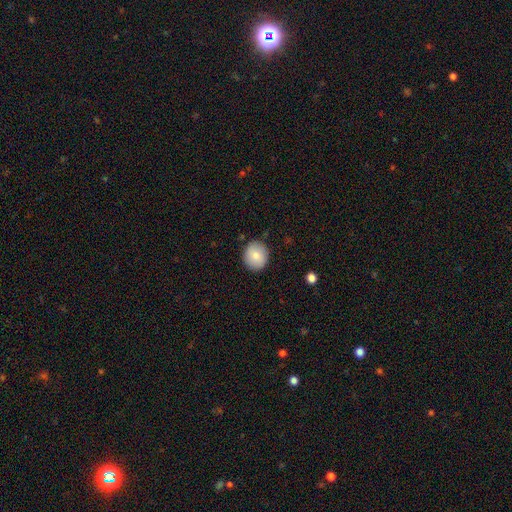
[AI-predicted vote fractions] This is clearly a smooth galaxy (83%). How rounded: clearly round (83%). Merging: clearly none (88%).